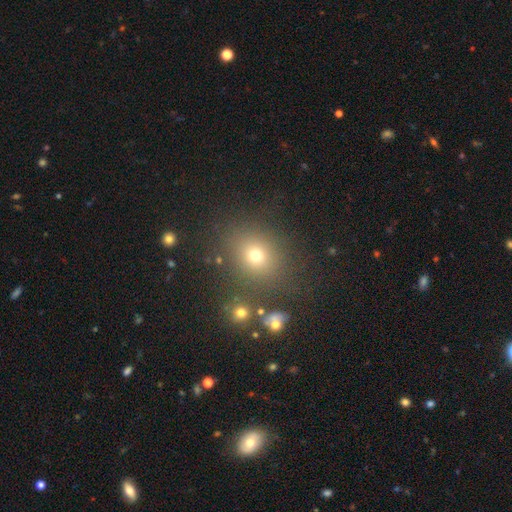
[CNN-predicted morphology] Smooth or featured? Predicted: smooth (p=0.70). How rounded? Predicted: round (p=0.71). Merging? Predicted: none (p=0.79).